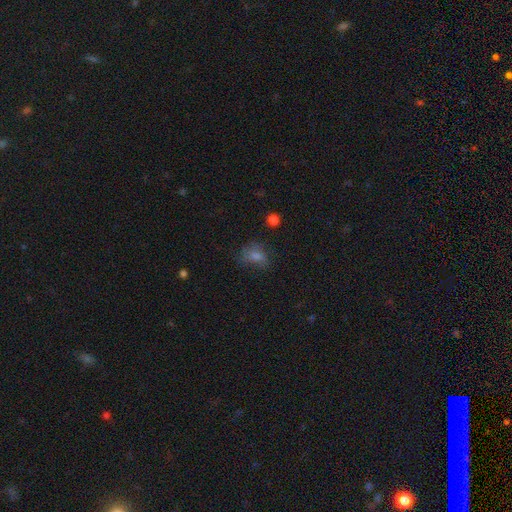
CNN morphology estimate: This appears to be a smooth galaxy with no disk features (58%) that is in between round and cigar-shaped (58%). Merging: none (55%).